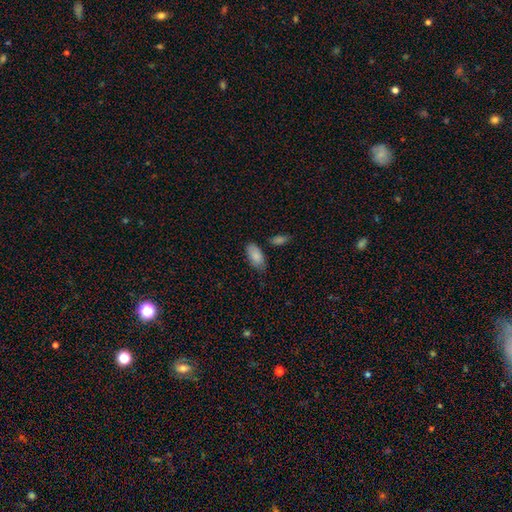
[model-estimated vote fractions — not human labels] This appears to be a smooth galaxy with no disk features (86%) that is in between round and cigar-shaped (93%). Merging: none (73%).